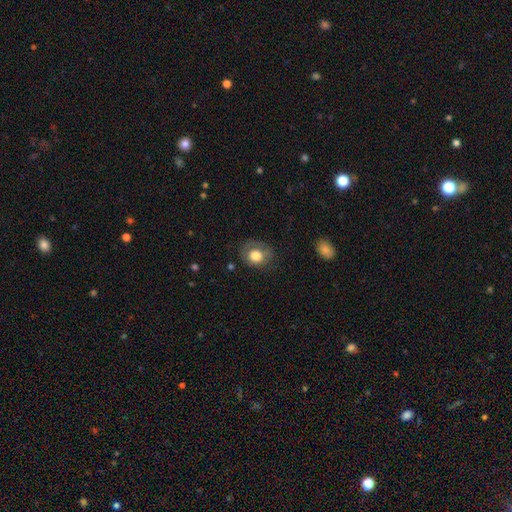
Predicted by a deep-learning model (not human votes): Smooth or featured: smooth — 75% (featured or disk — 17%)
How rounded: round — 57% (in between — 43%)
Merging: none — 67% (minor disturbance — 22%)